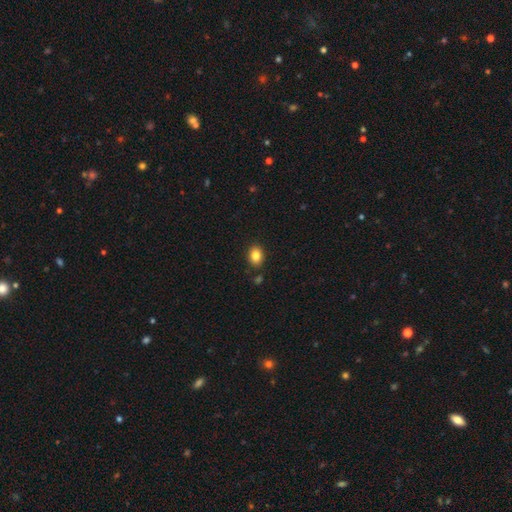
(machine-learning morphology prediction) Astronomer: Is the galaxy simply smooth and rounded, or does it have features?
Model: smooth — 85%.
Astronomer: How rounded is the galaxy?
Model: in between — 64%.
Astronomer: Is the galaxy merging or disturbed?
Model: none — 86%.